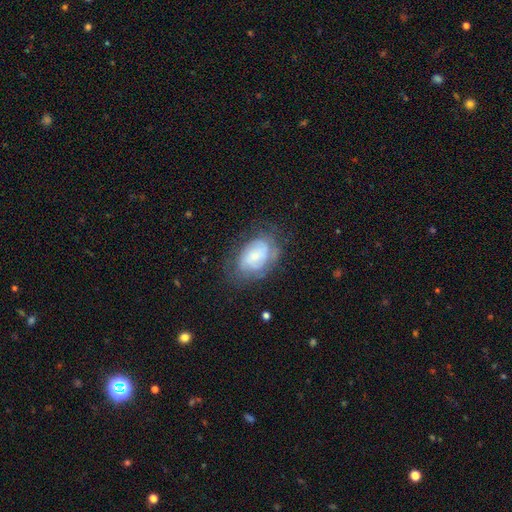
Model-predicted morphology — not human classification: Q: Smooth or featured?
A: featured or disk (54%); runner-up: smooth (37%)
Q: Edge-on disk?
A: no (96%); runner-up: yes (4%)
Q: Bar?
A: no (68%); runner-up: weak (27%)
Q: Spiral arms?
A: yes (77%); runner-up: no (23%)
Q: Bulge size?
A: small (60%); runner-up: moderate (24%)
Q: Merging?
A: none (64%); runner-up: minor disturbance (23%)